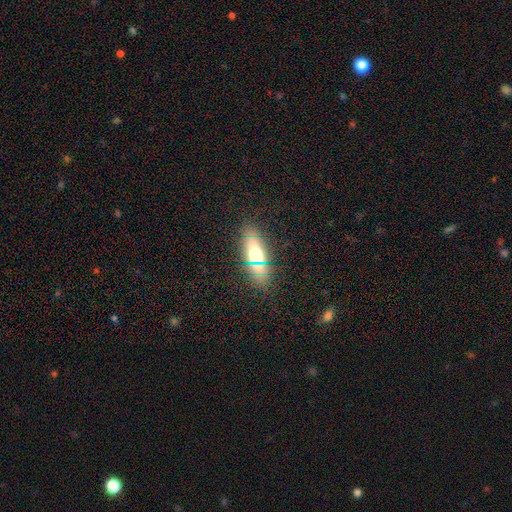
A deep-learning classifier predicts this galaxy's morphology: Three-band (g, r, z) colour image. It shows a smooth galaxy with no disk features (60%) that is in between round and cigar-shaped (73%). Merging: none (80%).